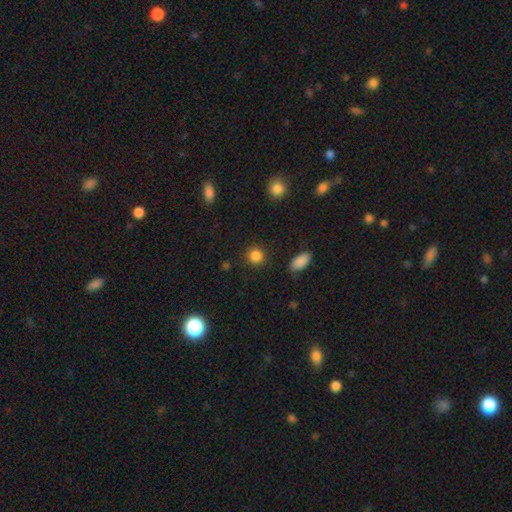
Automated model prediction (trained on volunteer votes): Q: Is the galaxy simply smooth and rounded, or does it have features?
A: smooth — 86%.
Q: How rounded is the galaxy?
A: round — 88%.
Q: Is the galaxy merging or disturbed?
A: none — 89%.